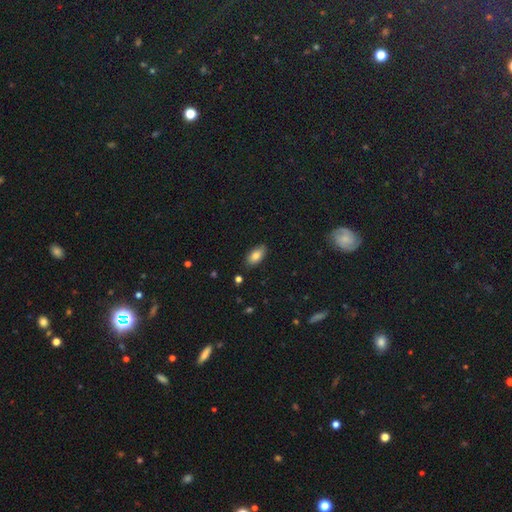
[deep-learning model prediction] Smooth or featured? smooth (81%)
How rounded? in between (91%)
Merging? none (85%)